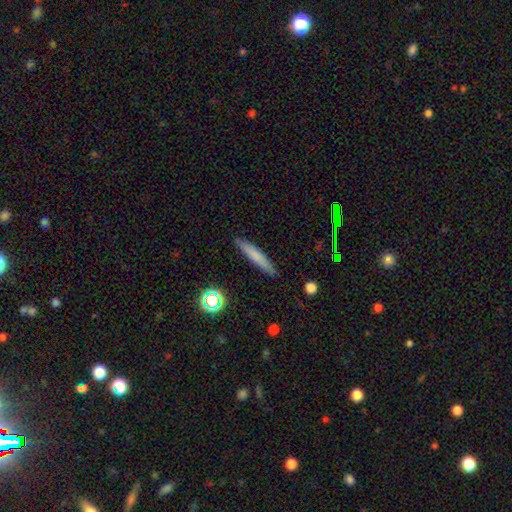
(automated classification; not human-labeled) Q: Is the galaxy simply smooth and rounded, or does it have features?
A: smooth — 70%.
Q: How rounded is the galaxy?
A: cigar-shaped — 92%.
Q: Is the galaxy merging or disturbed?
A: none — 89%.